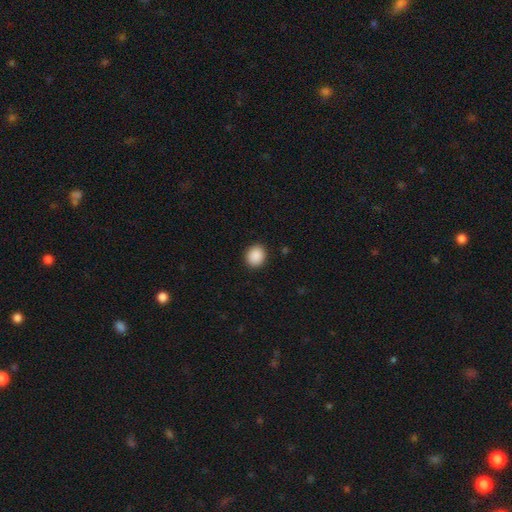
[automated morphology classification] smooth 90%, star or artifact 8%, featured or disk 2%. Down the decision tree: how rounded — round (69%); merging — none (90%).